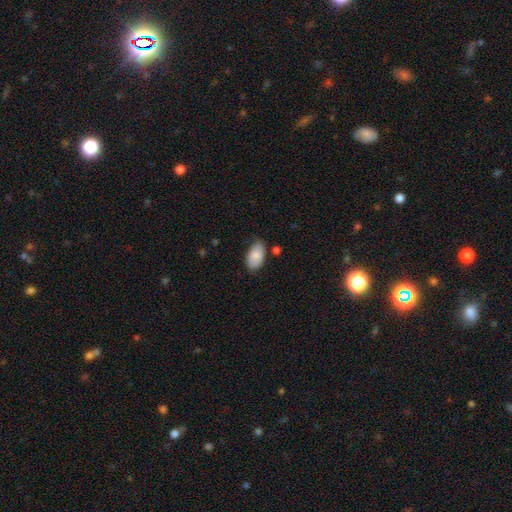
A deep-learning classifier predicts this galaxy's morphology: Smooth or featured? Predicted: smooth (p=0.84). How rounded? Predicted: in between (p=0.95). Merging? Predicted: none (p=0.71).